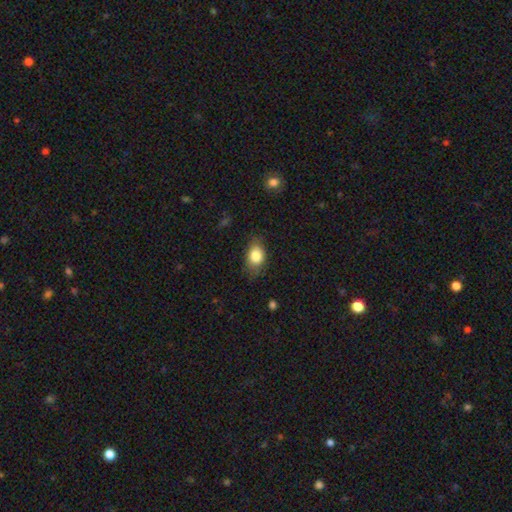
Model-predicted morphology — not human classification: This is clearly a smooth galaxy (83%). How rounded: likely in between (77%). Merging: likely none (72%).